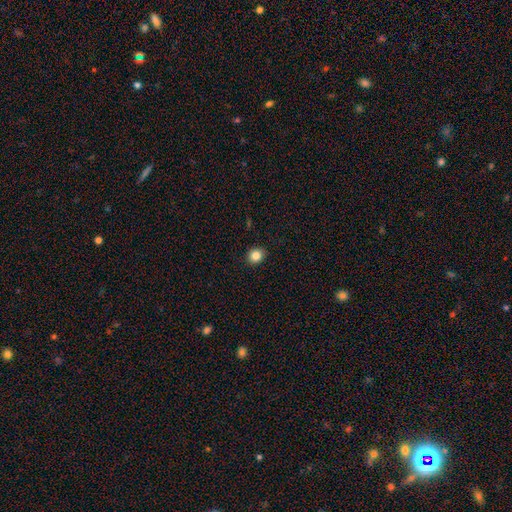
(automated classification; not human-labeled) Smooth or featured? Predicted: smooth (p=0.85). How rounded? Predicted: round (p=0.69). Merging? Predicted: none (p=0.91).